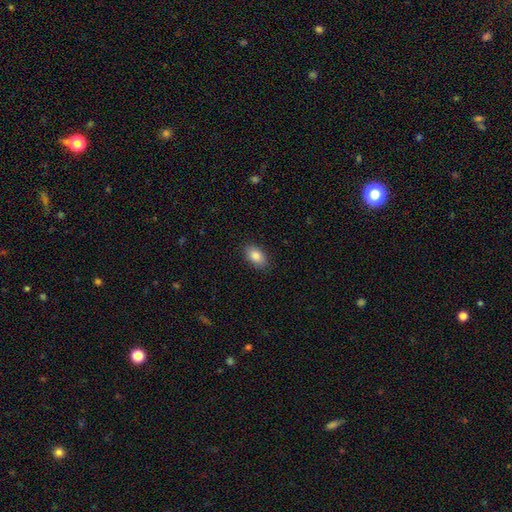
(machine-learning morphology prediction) Smooth or featured? Predicted: smooth (p=0.86). How rounded? Predicted: in between (p=0.91). Merging? Predicted: none (p=0.88).